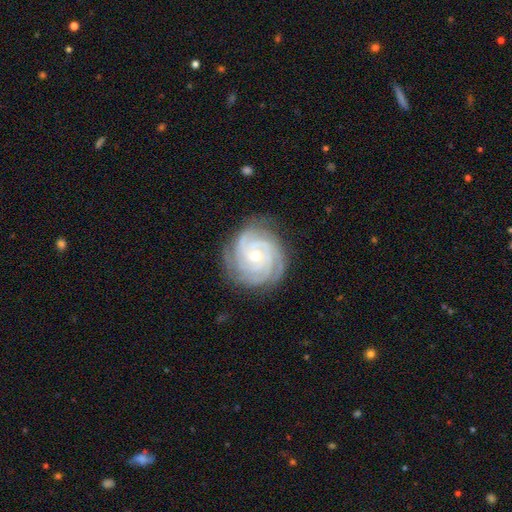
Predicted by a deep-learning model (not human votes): Morphology: type=featured or disk (90%); edge-on=no (98%); bar=no (73%); spiral arms=yes (98%); winding=tight (83%); arm count=4 (32%); bulge=small (61%); merging=none (82%).